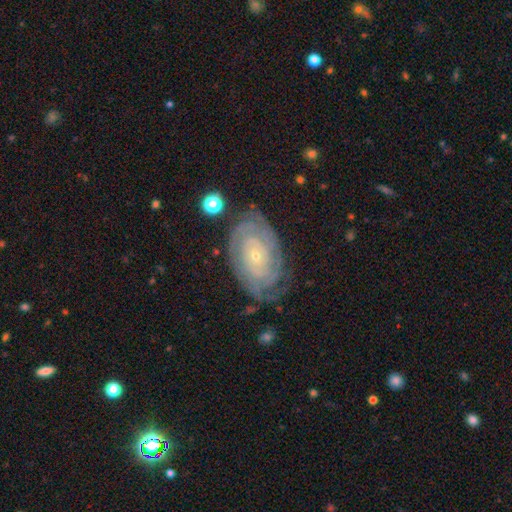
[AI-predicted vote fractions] Overall: featured or disk (86%). Edge-on disk: no (96%). Bar: no (73%). Spiral arms: yes (96%). Spiral arm count: can't tell (35%; 2 23%). Spiral winding: tight (85%). Bulge size: small (81%). Merging: none (75%).